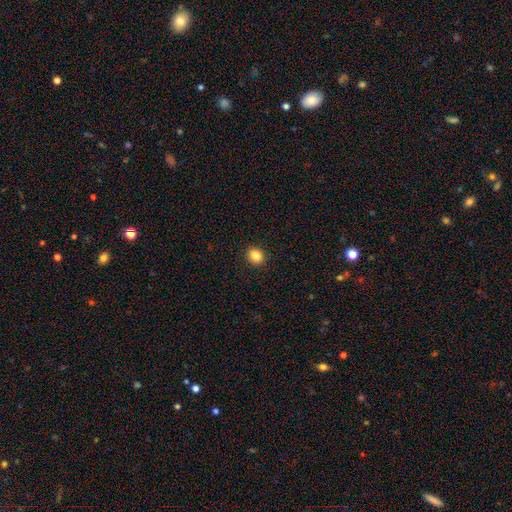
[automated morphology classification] Q: Smooth or featured?
A: smooth (85%); runner-up: star or artifact (10%)
Q: How rounded?
A: round (76%); runner-up: in between (23%)
Q: Merging?
A: none (92%); runner-up: minor disturbance (5%)